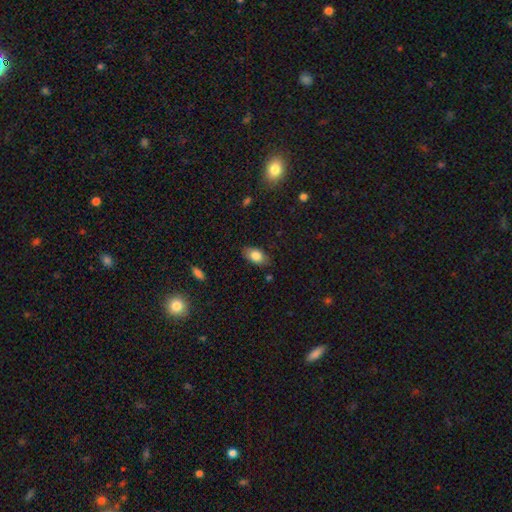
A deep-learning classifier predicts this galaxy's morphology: Q: Smooth or featured?
A: smooth (81%); runner-up: featured or disk (12%)
Q: How rounded?
A: in between (90%); runner-up: round (6%)
Q: Merging?
A: none (82%); runner-up: minor disturbance (14%)